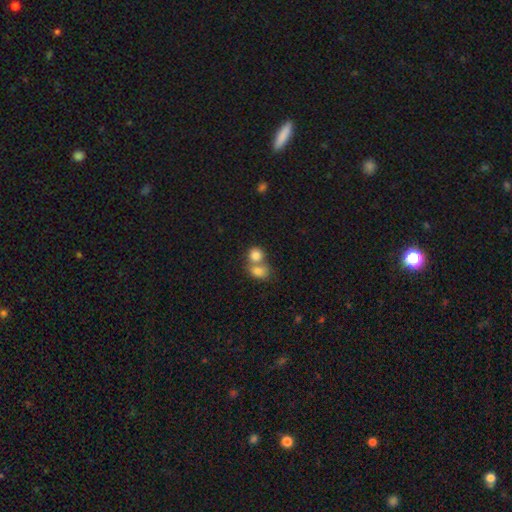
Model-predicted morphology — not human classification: Smooth or featured?
  - smooth: 82% *
  - star or artifact: 9%
  - featured or disk: 9%
How rounded?
  - round: 69% *
  - in between: 29%
  - cigar-shaped: 1%
Merging?
  - merger: 57% *
  - none: 33%
  - minor disturbance: 6%
  - major disturbance: 3%